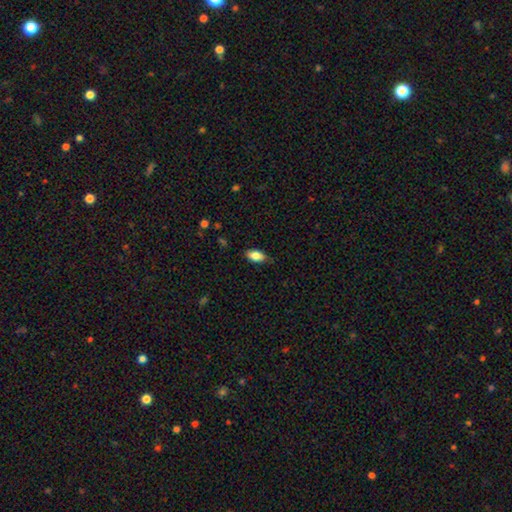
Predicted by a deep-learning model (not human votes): Smooth or featured? smooth (84%)
How rounded? in between (92%)
Merging? none (81%)